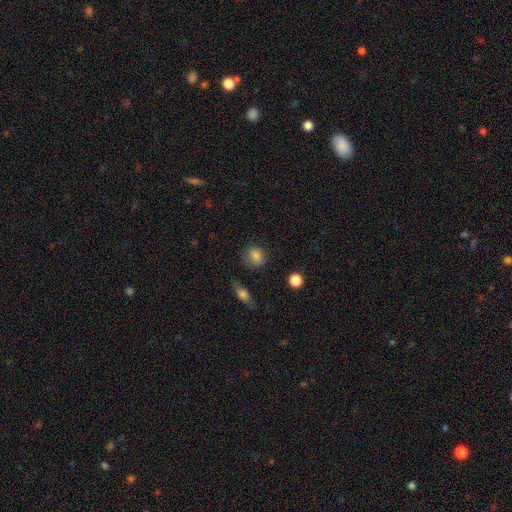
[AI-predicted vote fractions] This is clearly a smooth galaxy (82%). How rounded: likely round (72%). Merging: likely none (75%).